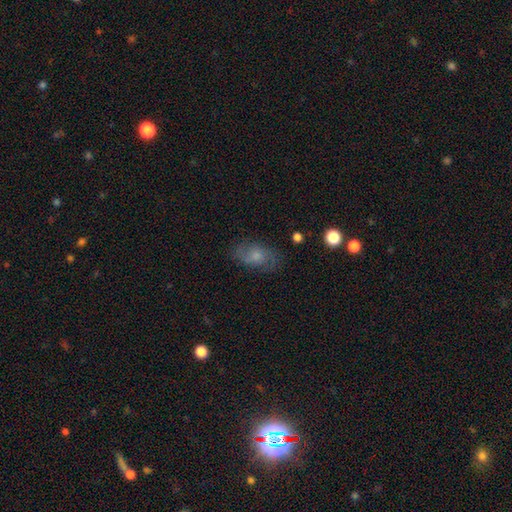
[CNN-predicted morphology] A smooth galaxy with no disk features (46%).

Vote fractions:
- Smooth or featured? smooth: 46% / featured or disk: 43% / star or artifact: 11%
- Merging? none: 72% / minor disturbance: 19% / major disturbance: 8% / merger: 2%